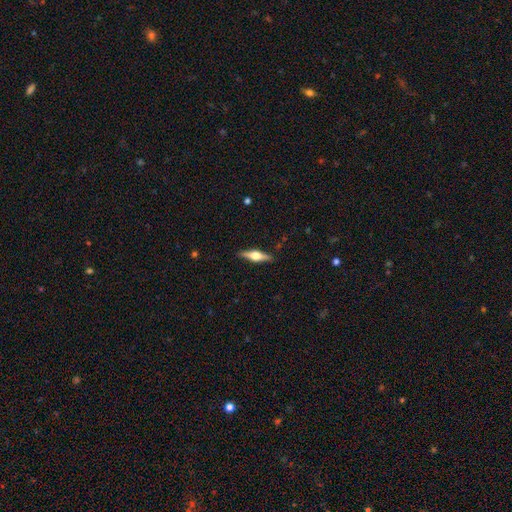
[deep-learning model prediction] smooth-or-featured: featured or disk: 66% | smooth: 28% | star or artifact: 6%
  disk-edge-on: yes: 97% | no: 3%
    edge-on-bulge: rounded: 94% | boxy: 5% | none: 2%
  merging: none: 90% | minor disturbance: 8% | major disturbance: 2% | merger: 1%